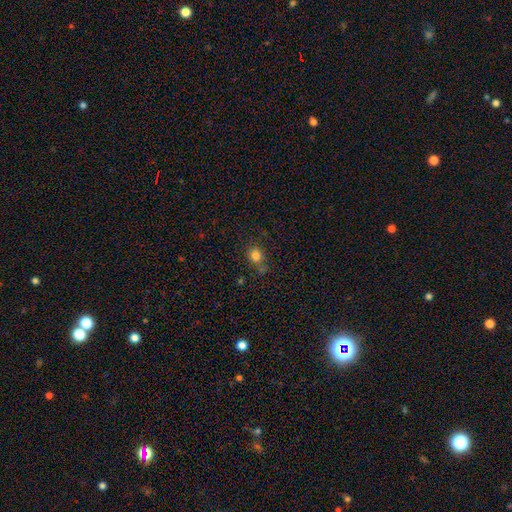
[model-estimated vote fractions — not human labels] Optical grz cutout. It shows a smooth galaxy with no disk features (80%) that is round (66%). Merging: none (68%).